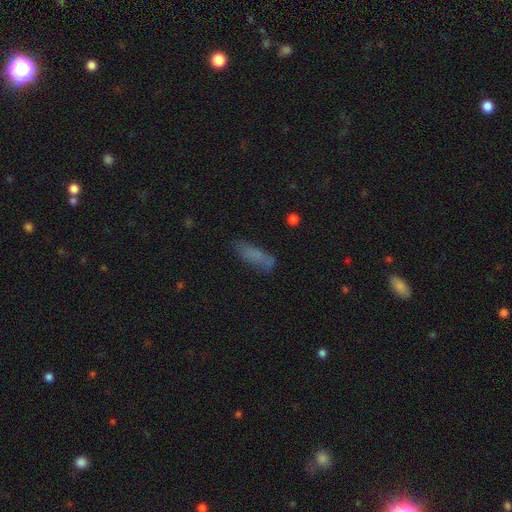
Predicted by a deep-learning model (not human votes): The model was most divided on "how rounded": cigar-shaped: 53%, in between: 45%, round: 3%. More confident: smooth or featured — smooth (72%); merging — none (64%).